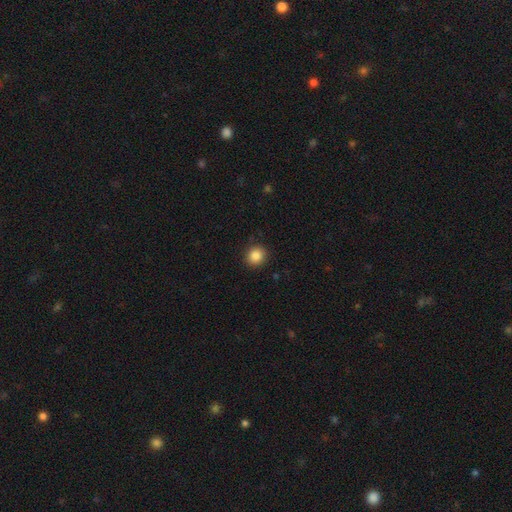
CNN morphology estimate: Smooth or featured?
  - smooth: 86% *
  - star or artifact: 10%
  - featured or disk: 5%
How rounded?
  - round: 87% *
  - in between: 12%
  - cigar-shaped: 1%
Merging?
  - none: 91% *
  - minor disturbance: 6%
  - major disturbance: 2%
  - merger: 1%